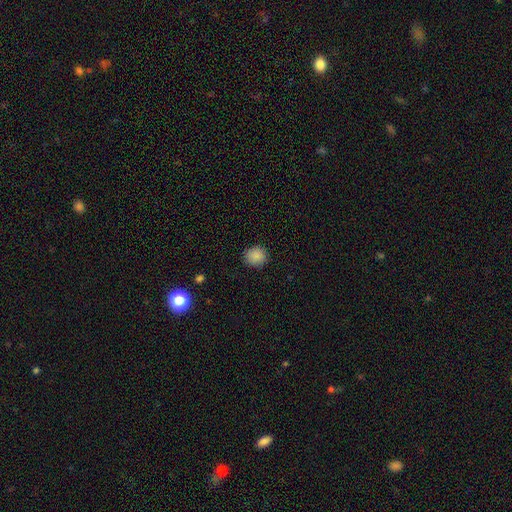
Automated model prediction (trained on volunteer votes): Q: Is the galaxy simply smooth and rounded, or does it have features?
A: smooth — 87%.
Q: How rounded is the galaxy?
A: round — 84%.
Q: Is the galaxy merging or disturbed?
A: none — 89%.